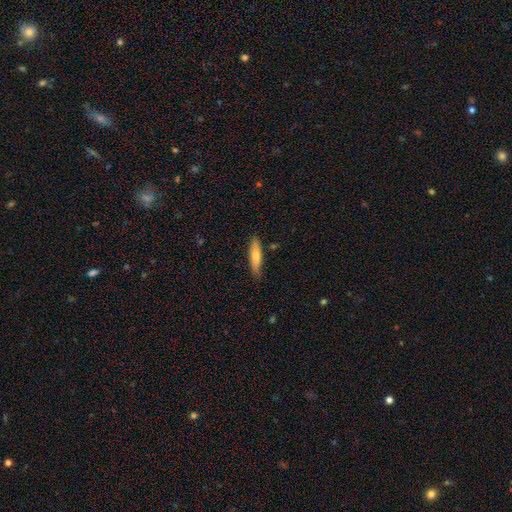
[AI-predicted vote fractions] Smooth or featured?
  - smooth: 65% *
  - featured or disk: 29%
  - star or artifact: 6%
How rounded?
  - cigar-shaped: 71% *
  - in between: 27%
  - round: 2%
Merging?
  - none: 83% *
  - minor disturbance: 13%
  - major disturbance: 2%
  - merger: 2%